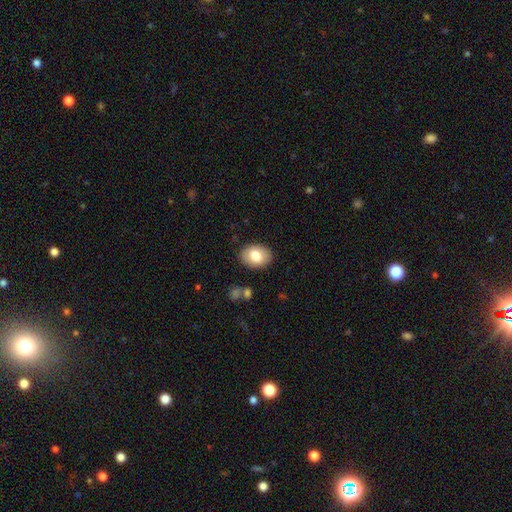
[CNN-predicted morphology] The model was most divided on "how rounded": in between: 76%, round: 23%, cigar-shaped: 1%. More confident: merging — none (87%); smooth or featured — smooth (80%).